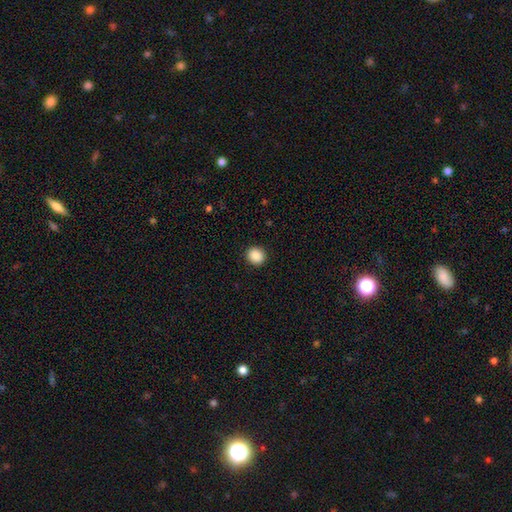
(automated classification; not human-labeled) The model was most divided on "how rounded": round: 86%, in between: 13%, cigar-shaped: 1%. More confident: merging — none (92%); smooth or featured — smooth (89%).